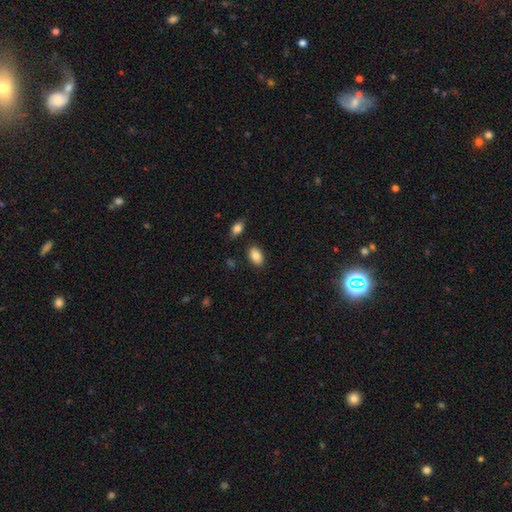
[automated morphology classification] A smooth galaxy with no disk features (86%) that is in between round and cigar-shaped (91%).

Vote fractions:
- Smooth or featured? smooth: 86% / star or artifact: 7% / featured or disk: 7%
- How rounded? in between: 91% / round: 7% / cigar-shaped: 2%
- Merging? none: 85% / minor disturbance: 9% / merger: 3% / major disturbance: 2%